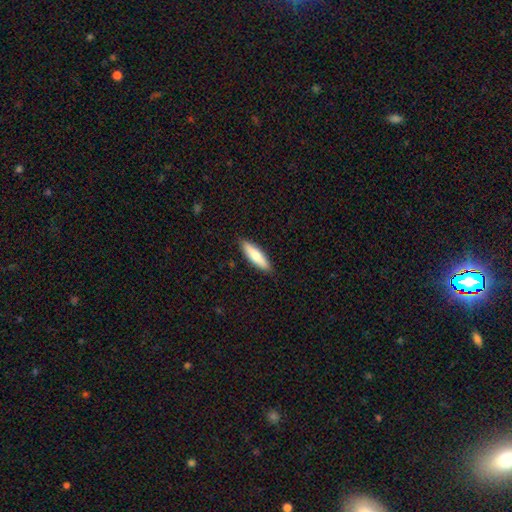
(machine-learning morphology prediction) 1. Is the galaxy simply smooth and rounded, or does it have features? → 77% smooth, 18% featured or disk, 5% star or artifact.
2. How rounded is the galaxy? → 68% cigar-shaped, 31% in between, 1% round.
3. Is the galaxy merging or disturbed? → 89% none, 8% minor disturbance, 2% major disturbance, 1% merger.